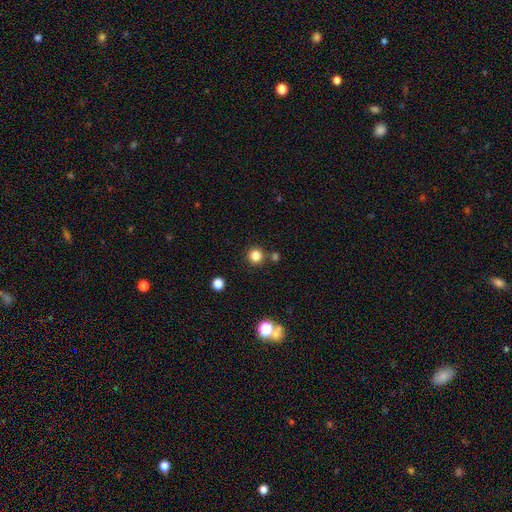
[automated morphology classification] Smooth or featured: smooth — 83% (star or artifact — 13%)
How rounded: round — 94% (in between — 5%)
Merging: none — 83% (merger — 8%)